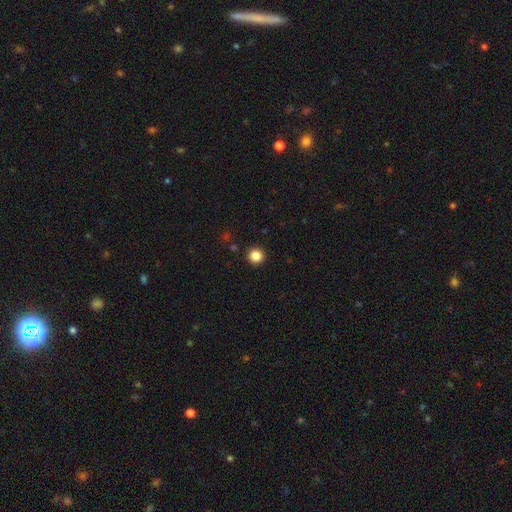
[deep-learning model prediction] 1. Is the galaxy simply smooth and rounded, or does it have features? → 85% smooth, 11% star or artifact, 4% featured or disk.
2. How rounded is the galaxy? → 95% round, 4% in between, 1% cigar-shaped.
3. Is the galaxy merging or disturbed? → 93% none, 4% minor disturbance, 2% major disturbance, 1% merger.